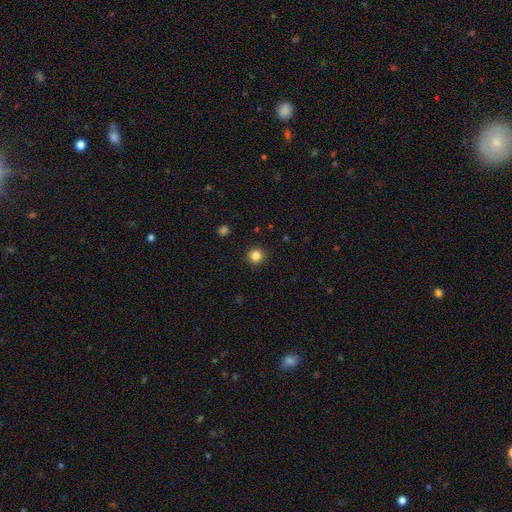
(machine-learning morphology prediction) Q: Smooth or featured?
A: smooth (84%); runner-up: star or artifact (12%)
Q: How rounded?
A: round (95%); runner-up: in between (4%)
Q: Merging?
A: none (93%); runner-up: minor disturbance (5%)